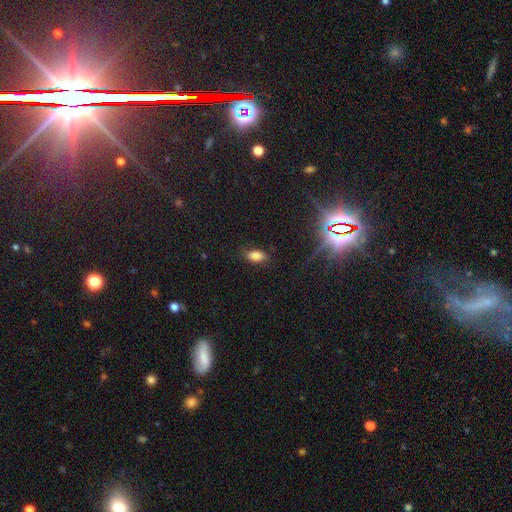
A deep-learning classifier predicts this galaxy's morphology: Smooth or featured: smooth — 78% (star or artifact — 12%)
How rounded: in between — 89% (cigar-shaped — 6%)
Merging: none — 79% (minor disturbance — 16%)